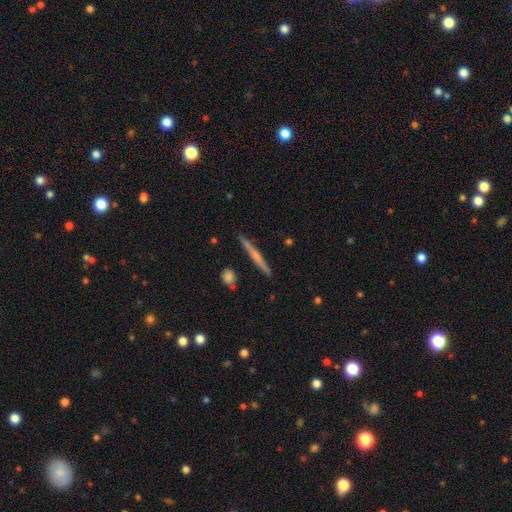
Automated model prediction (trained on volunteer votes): A featured or disk galaxy (53%) viewed edge-on (97%) with no central bulge (58%). Merging: none (90%).